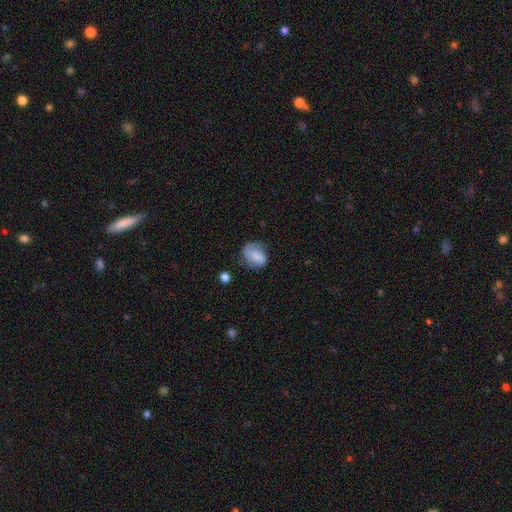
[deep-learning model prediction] Q: Smooth or featured?
A: smooth (67%); runner-up: featured or disk (25%)
Q: How rounded?
A: in between (70%); runner-up: round (29%)
Q: Merging?
A: none (57%); runner-up: minor disturbance (29%)